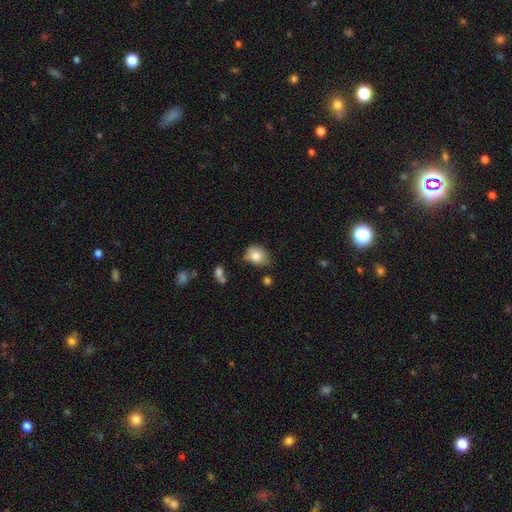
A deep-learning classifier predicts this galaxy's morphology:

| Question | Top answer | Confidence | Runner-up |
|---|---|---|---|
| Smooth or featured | smooth | 82% | featured or disk (9%) |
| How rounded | in between | 53% | round (46%) |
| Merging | none | 54% | minor disturbance (32%) |